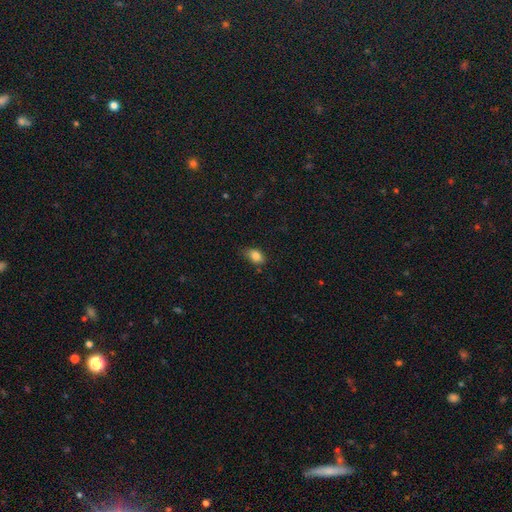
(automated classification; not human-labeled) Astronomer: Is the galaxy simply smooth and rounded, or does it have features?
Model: smooth — 84%.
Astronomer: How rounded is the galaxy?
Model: in between — 83%.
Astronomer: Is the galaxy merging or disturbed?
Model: none — 65%.